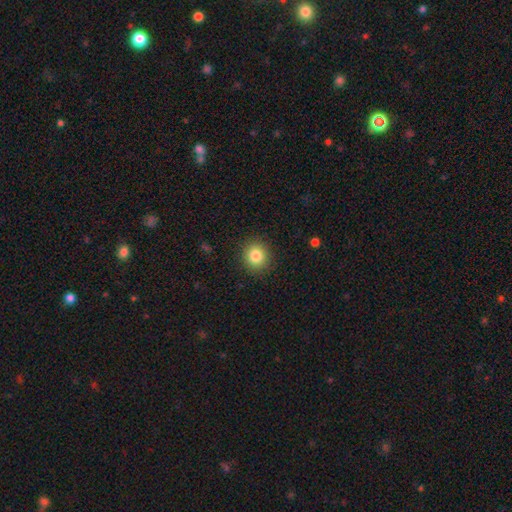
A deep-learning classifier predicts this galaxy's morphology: A smooth galaxy with no disk features (83%) that is round (83%). Merging: none (90%).